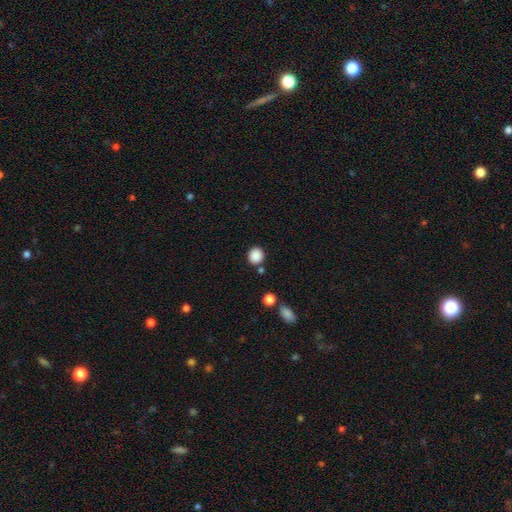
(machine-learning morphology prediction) smooth_or_featured: smooth (p=0.87) [alt: star or artifact p=0.10]
how_rounded: round (p=0.89) [alt: in between p=0.10]
merging: none (p=0.84) [alt: minor disturbance p=0.08]